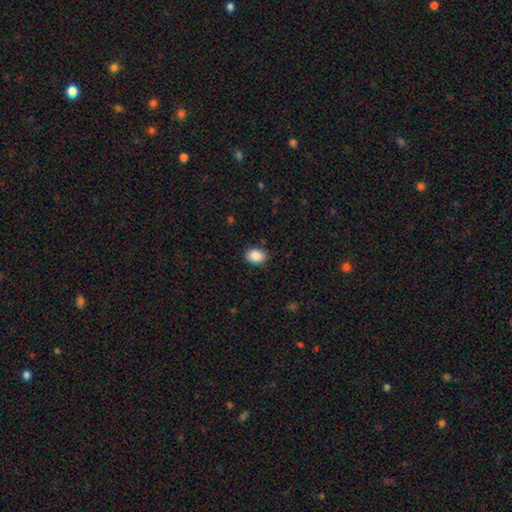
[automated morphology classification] Overall: smooth (89%). How rounded: in between (74%). Merging: none (87%).